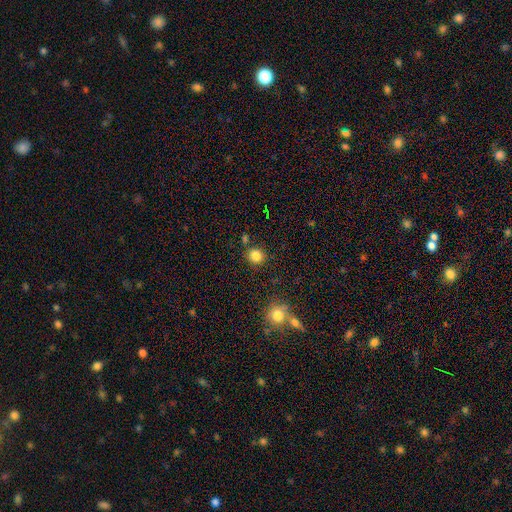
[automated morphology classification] type=smooth (83%); roundness=round (90%); merging=none (82%).